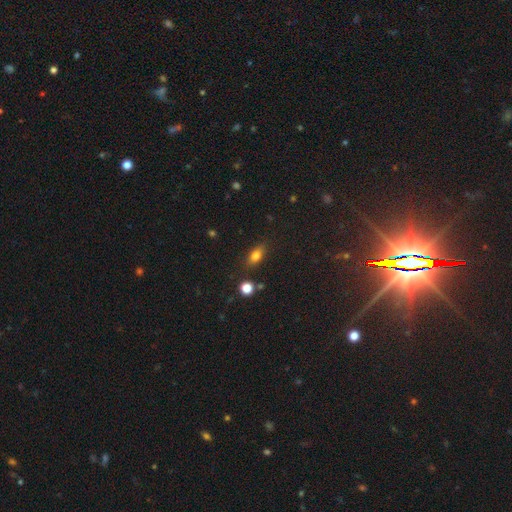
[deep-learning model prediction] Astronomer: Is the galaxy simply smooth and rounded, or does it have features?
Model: smooth — 77%.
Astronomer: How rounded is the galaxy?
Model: in between — 77%.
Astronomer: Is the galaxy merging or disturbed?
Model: none — 80%.